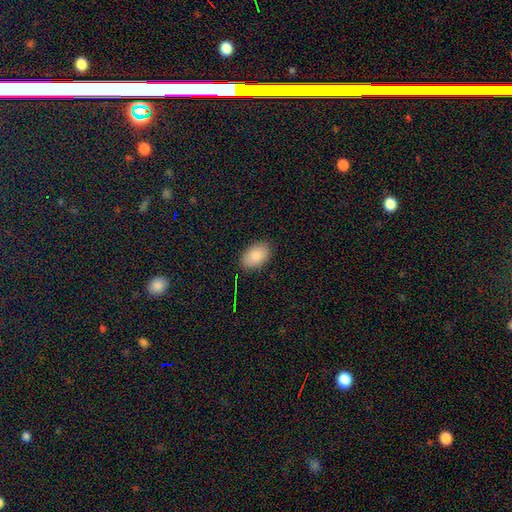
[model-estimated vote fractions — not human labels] A smooth galaxy with no disk features (86%) that is in between round and cigar-shaped (91%).

Vote fractions:
- Smooth or featured? smooth: 86% / star or artifact: 7% / featured or disk: 6%
- How rounded? in between: 91% / round: 8% / cigar-shaped: 1%
- Merging? none: 87% / minor disturbance: 9% / major disturbance: 2% / merger: 1%